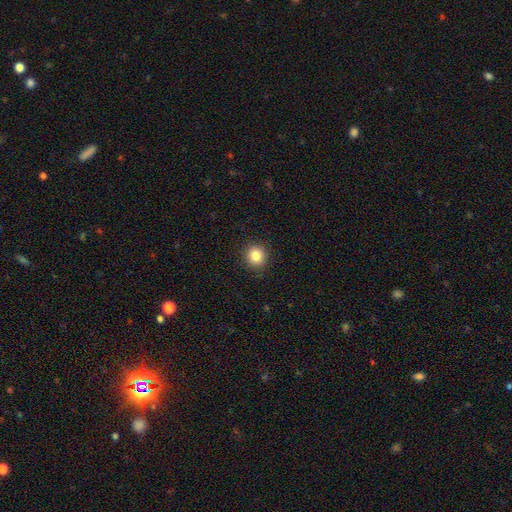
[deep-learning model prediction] The model was most divided on "smooth or featured": smooth: 84%, star or artifact: 11%, featured or disk: 5%. More confident: merging — none (91%); how rounded — round (91%).